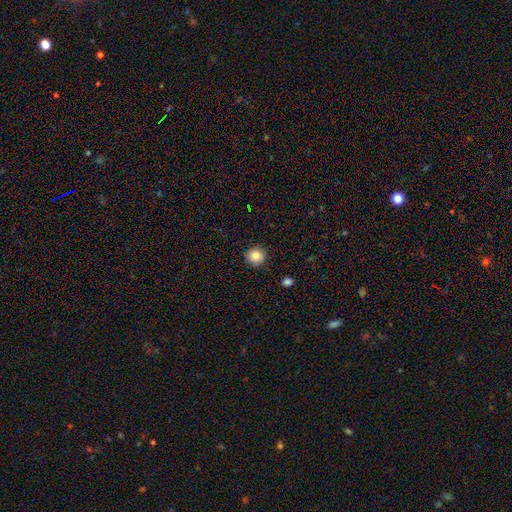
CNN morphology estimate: This appears to be a smooth galaxy with no disk features (83%) that is round (93%). Merging: none (90%).